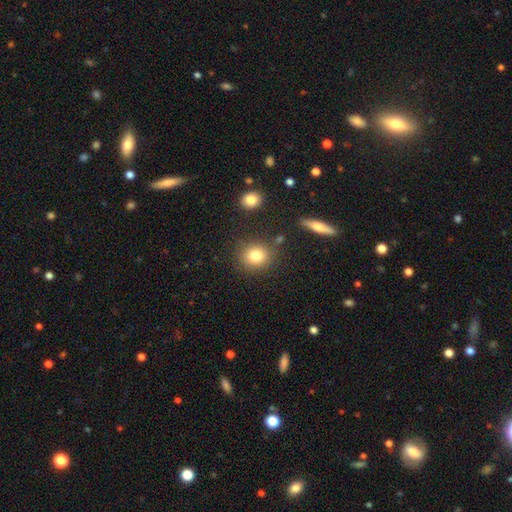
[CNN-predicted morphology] type=smooth (81%); roundness=round (79%); merging=none (82%).